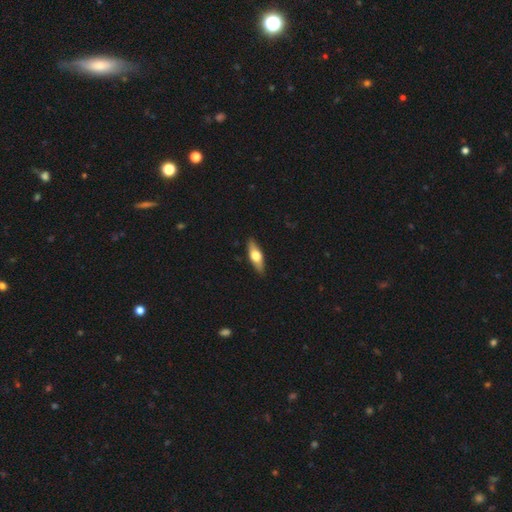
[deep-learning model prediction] Smooth or featured: smooth — 47% (tied with featured or disk — 47%)
Merging: none — 89% (minor disturbance — 9%)